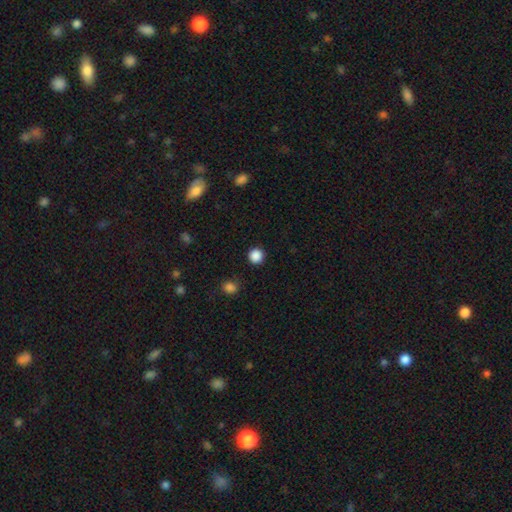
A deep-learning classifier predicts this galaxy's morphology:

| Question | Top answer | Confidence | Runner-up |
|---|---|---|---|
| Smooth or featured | smooth | 87% | star or artifact (11%) |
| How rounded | round | 95% | in between (4%) |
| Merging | none | 92% | minor disturbance (5%) |